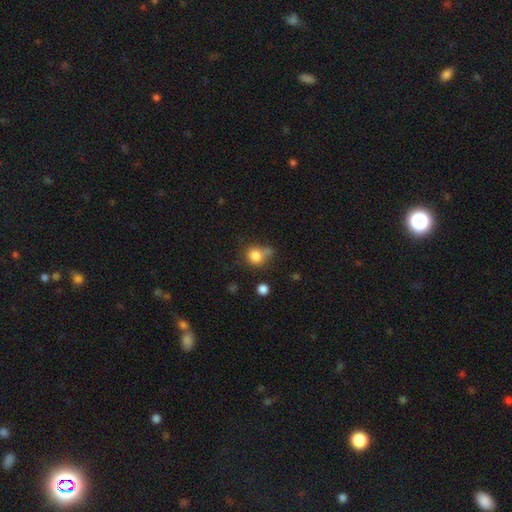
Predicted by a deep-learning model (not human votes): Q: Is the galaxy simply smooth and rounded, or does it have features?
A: smooth — 82%.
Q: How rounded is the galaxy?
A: round — 79%.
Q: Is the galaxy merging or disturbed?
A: none — 51%.